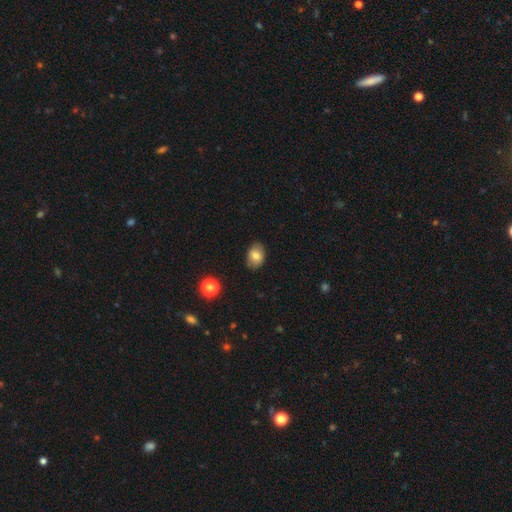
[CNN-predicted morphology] Overall: smooth (80%). How rounded: in between (77%). Merging: none (82%).